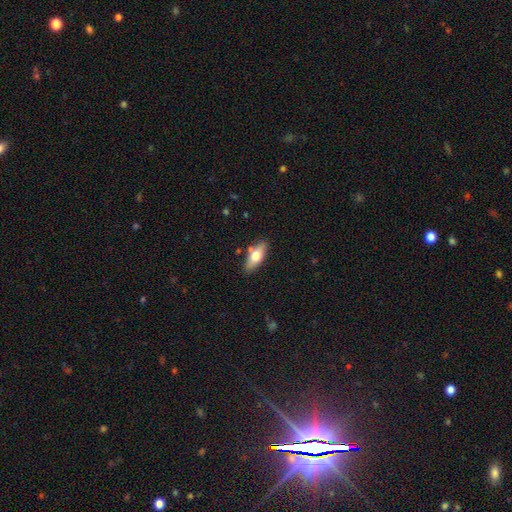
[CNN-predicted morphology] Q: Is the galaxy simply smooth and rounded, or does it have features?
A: smooth — 66%.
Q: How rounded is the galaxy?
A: in between — 75%.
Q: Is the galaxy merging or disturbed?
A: none — 81%.